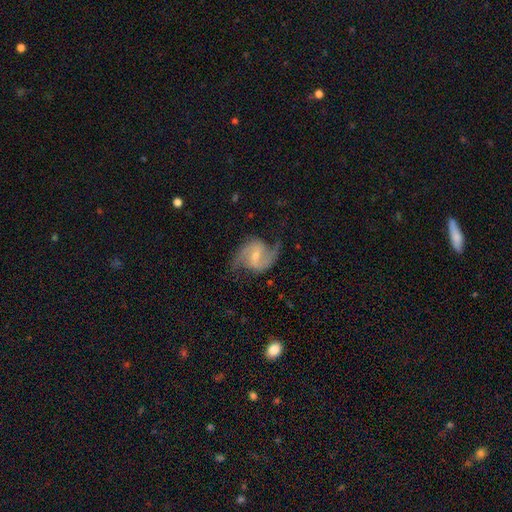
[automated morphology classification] Smooth or featured?
  - featured or disk: 88% *
  - smooth: 7%
  - star or artifact: 5%
Edge-on disk?
  - no: 98% *
  - yes: 2%
Bar?
  - weak: 55% *
  - no: 23%
  - strong: 22%
Spiral arms?
  - yes: 97% *
  - no: 3%
Spiral winding?
  - medium: 46% *
  - loose: 42%
  - tight: 12%
Spiral arm count?
  - 2: 93% *
  - can't tell: 2%
  - 1: 2%
  - 3: 1%
  - 4: 1%
  - more than 4: 1%
Bulge size?
  - moderate: 48% *
  - small: 45%
  - none: 3%
  - large: 2%
  - dominant: 1%
Merging?
  - none: 75% *
  - minor disturbance: 17%
  - major disturbance: 8%
  - merger: 1%